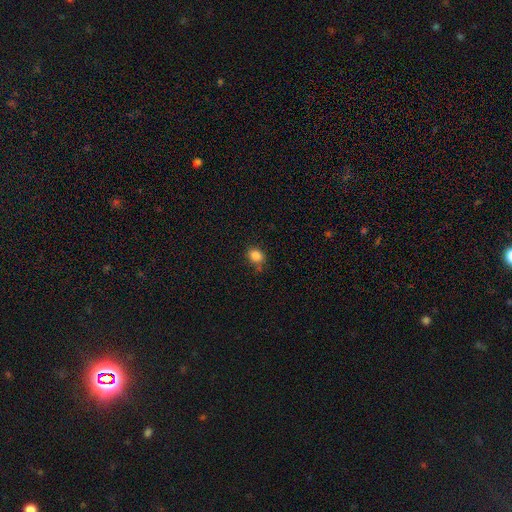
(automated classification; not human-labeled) Smooth or featured? Predicted: smooth (p=0.84). How rounded? Predicted: round (p=0.58). Merging? Predicted: none (p=0.74).